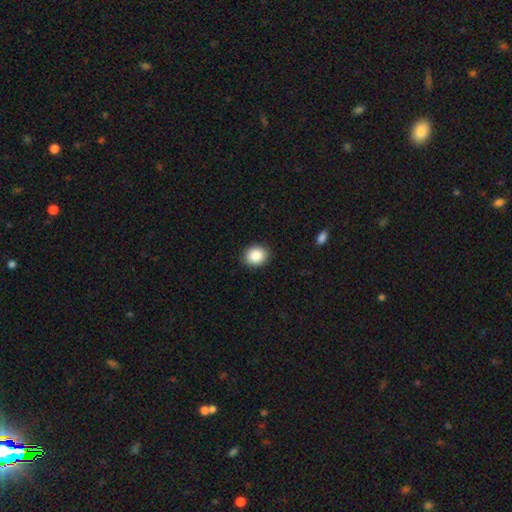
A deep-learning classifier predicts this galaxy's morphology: smooth 89%, star or artifact 8%, featured or disk 3%. Down the decision tree: how rounded — round (64%); merging — none (90%).